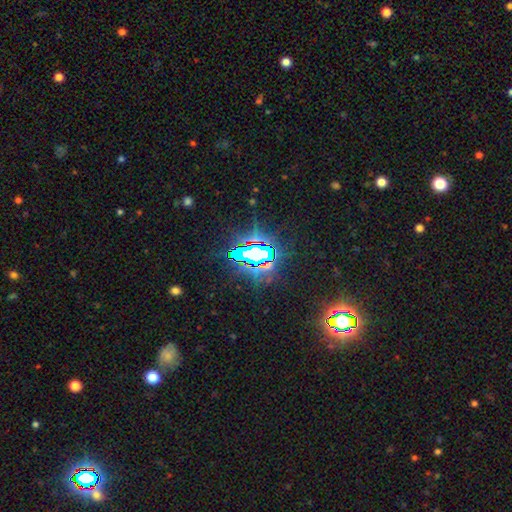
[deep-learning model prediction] This is likely a star or artifact rather than a galaxy (78%).